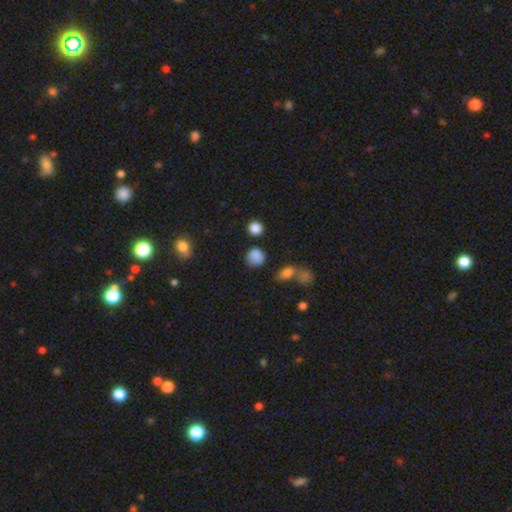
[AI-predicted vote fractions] Smooth or featured? smooth (82%)
How rounded? round (80%)
Merging? none (70%)